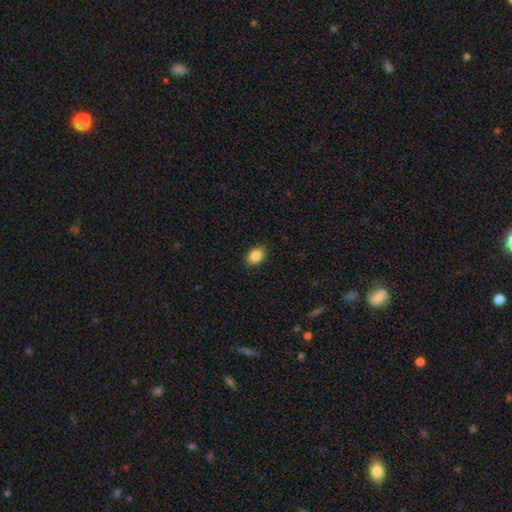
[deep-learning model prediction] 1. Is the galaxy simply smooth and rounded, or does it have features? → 86% smooth, 9% star or artifact, 5% featured or disk.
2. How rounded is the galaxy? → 71% in between, 28% round, 1% cigar-shaped.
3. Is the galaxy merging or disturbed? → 88% none, 9% minor disturbance, 2% major disturbance, 1% merger.